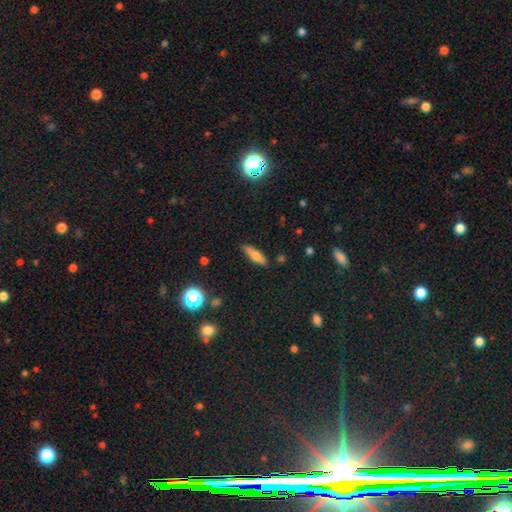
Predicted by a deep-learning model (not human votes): This is likely a smooth galaxy (67%). How rounded: likely cigar-shaped (61%). Merging: clearly none (85%).